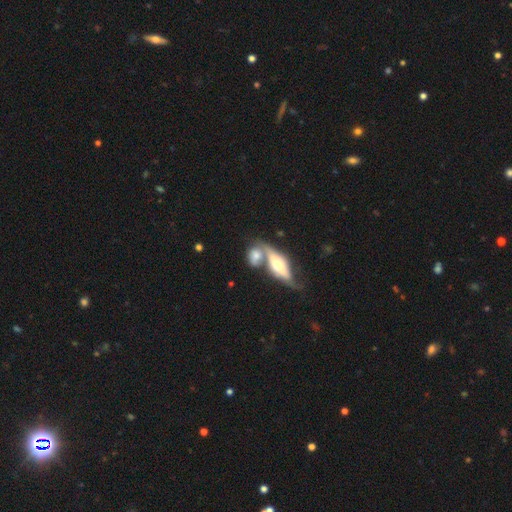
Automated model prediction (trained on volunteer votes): smooth-or-featured: smooth: 57% | featured or disk: 37% | star or artifact: 7%
  how-rounded: in between: 69% | round: 19% | cigar-shaped: 12%
  merging: merger: 55% | none: 27% | minor disturbance: 11% | major disturbance: 7%